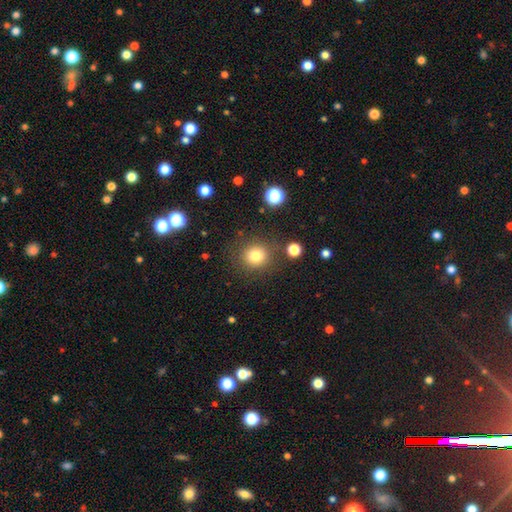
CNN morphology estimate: Overall: smooth (80%). How rounded: round (89%). Merging: none (83%).